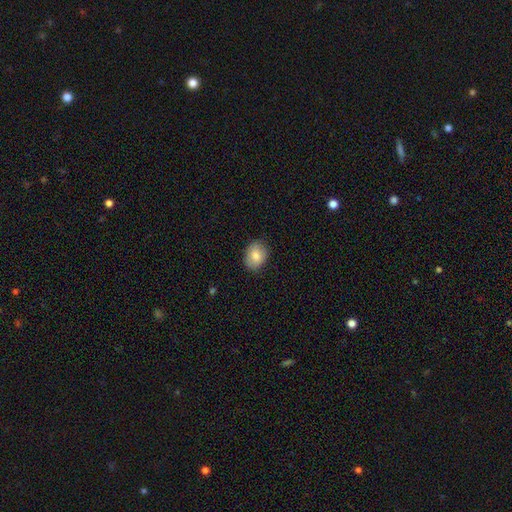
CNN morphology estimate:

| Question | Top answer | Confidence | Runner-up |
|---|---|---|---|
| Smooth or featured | smooth | 81% | featured or disk (12%) |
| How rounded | in between | 63% | round (36%) |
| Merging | none | 81% | minor disturbance (15%) |